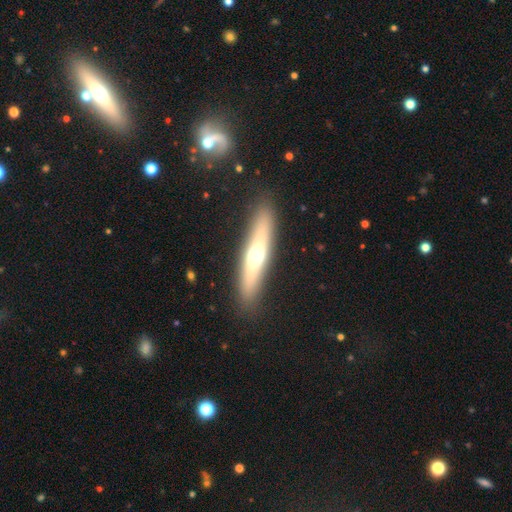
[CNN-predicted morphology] Smooth or featured?
  - smooth: 47% * (tied)
  - featured or disk: 47% * (tied)
  - star or artifact: 7%
Merging?
  - none: 89% *
  - minor disturbance: 8%
  - major disturbance: 2%
  - merger: 1%